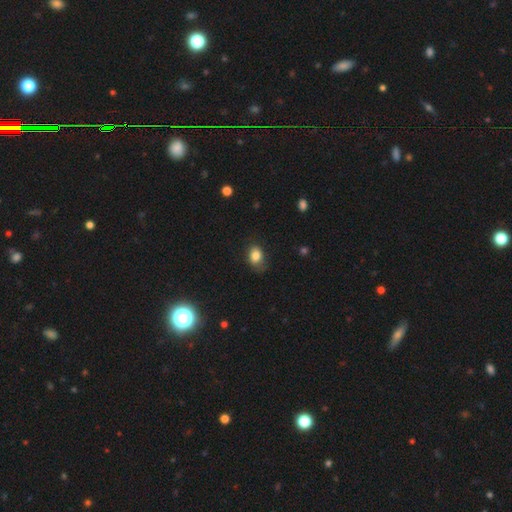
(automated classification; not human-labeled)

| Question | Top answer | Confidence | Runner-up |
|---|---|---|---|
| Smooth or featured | smooth | 82% | star or artifact (10%) |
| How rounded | in between | 74% | round (25%) |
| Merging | none | 65% | minor disturbance (26%) |